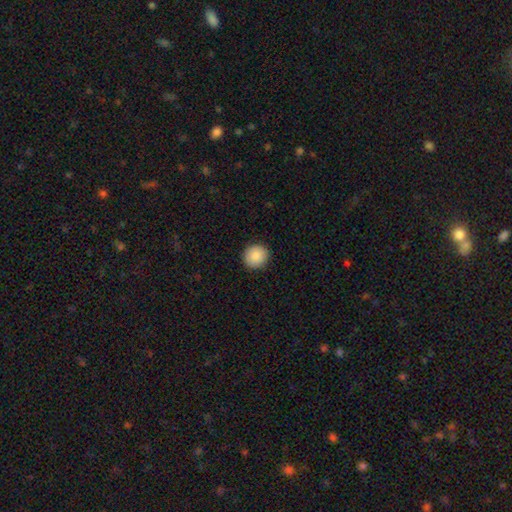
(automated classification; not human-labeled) Smooth or featured? Predicted: smooth (p=0.87). How rounded? Predicted: round (p=0.91). Merging? Predicted: none (p=0.92).